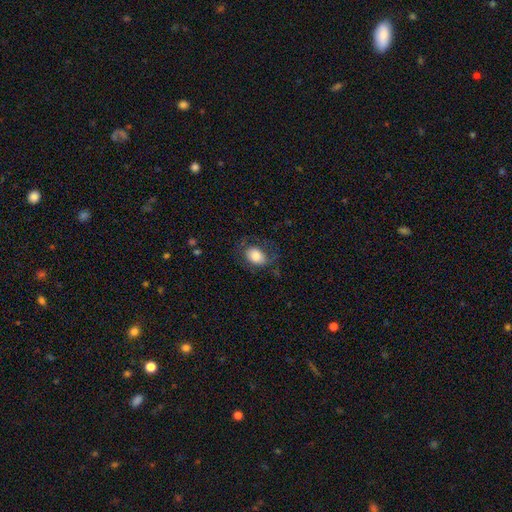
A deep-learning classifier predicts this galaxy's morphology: A smooth galaxy with no disk features (77%) that is in between round and cigar-shaped (75%).

Vote fractions:
- Smooth or featured? smooth: 77% / featured or disk: 15% / star or artifact: 8%
- How rounded? in between: 75% / round: 24% / cigar-shaped: 1%
- Merging? none: 62% / minor disturbance: 21% / major disturbance: 15% / merger: 1%